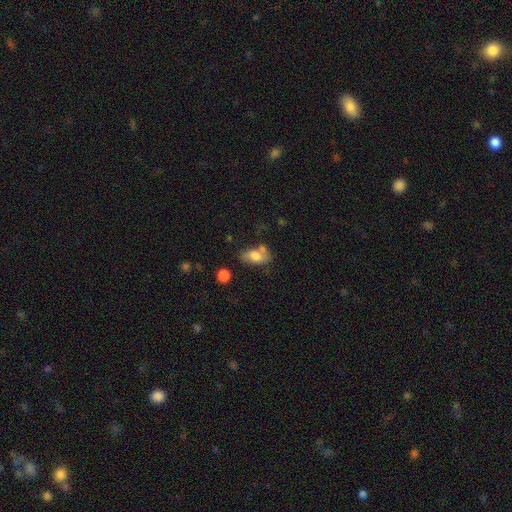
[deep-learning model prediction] This appears to be a smooth galaxy with no disk features (68%) that is in between round and cigar-shaped (89%). Merging: none (47%).